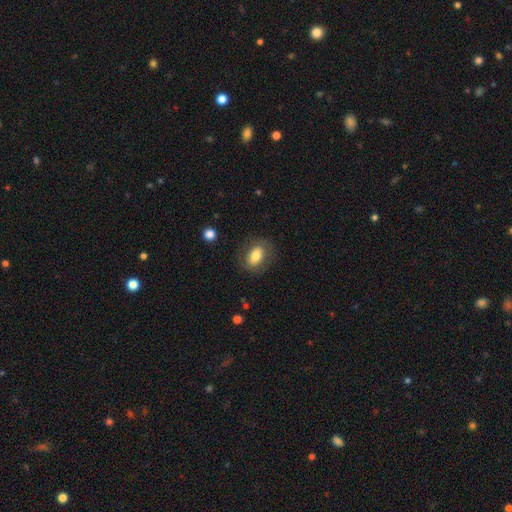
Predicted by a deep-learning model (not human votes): The model was most divided on "smooth or featured": smooth: 71%, featured or disk: 22%, star or artifact: 8%. More confident: merging — none (78%); how rounded — in between (76%).